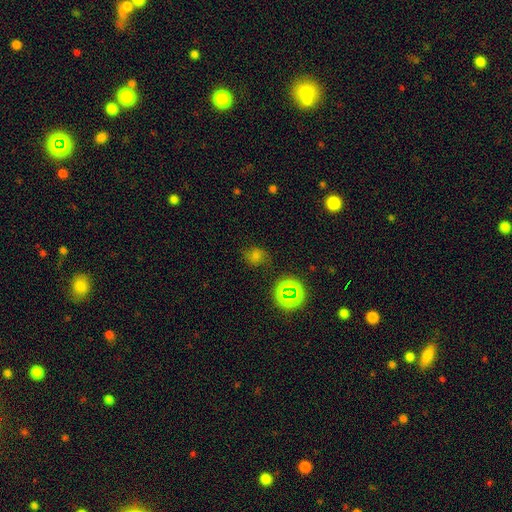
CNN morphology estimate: smooth_or_featured: smooth (p=0.50) [alt: star or artifact p=0.38]
how_rounded: round (p=0.73) [alt: in between p=0.25]
merging: none (p=0.75) [alt: minor disturbance p=0.16]